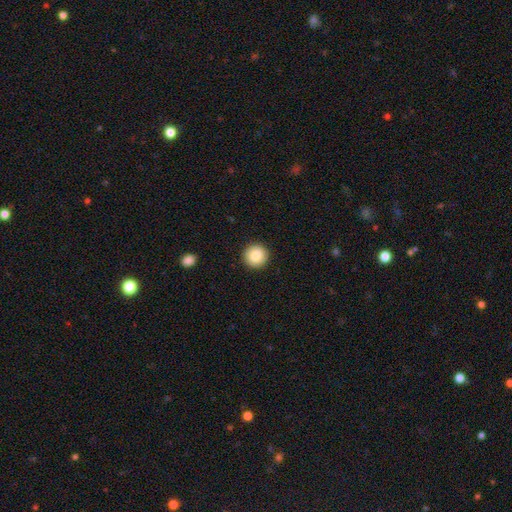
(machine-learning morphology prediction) smooth_or_featured: smooth (p=0.86) [alt: star or artifact p=0.08]
how_rounded: round (p=0.96) [alt: in between p=0.03]
merging: none (p=0.93) [alt: minor disturbance p=0.04]